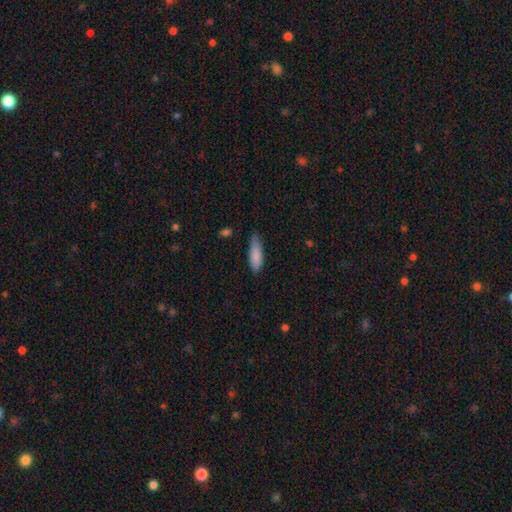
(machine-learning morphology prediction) Overall: smooth (86%). How rounded: cigar-shaped (52%; in between 46%). Merging: none (62%; minor disturbance 31%).